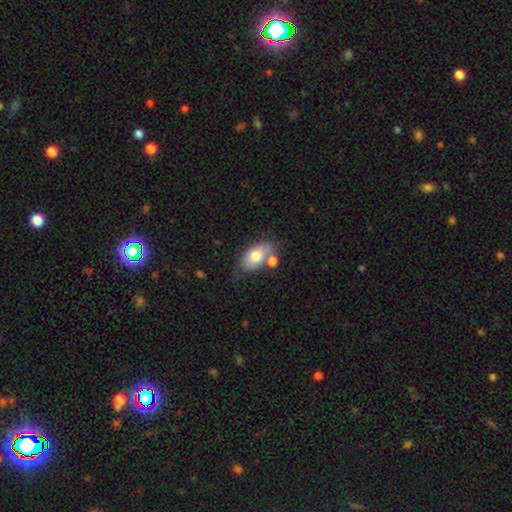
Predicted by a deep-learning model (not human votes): smooth 73%, featured or disk 20%, star or artifact 7%. Down the decision tree: how rounded — in between (90%); merging — none (48%).